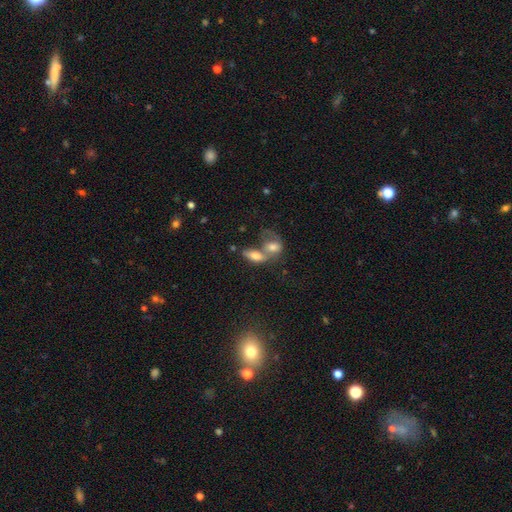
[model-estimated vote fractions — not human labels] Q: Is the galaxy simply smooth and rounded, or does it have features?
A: smooth — 68%.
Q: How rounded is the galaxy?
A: in between — 81%.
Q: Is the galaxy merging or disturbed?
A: merger — 64%.